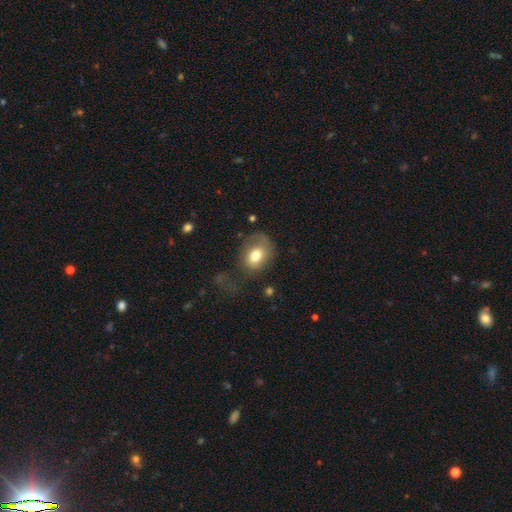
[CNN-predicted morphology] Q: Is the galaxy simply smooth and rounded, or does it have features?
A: smooth — 72%.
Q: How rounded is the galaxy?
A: in between — 59%.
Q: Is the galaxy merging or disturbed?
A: none — 44%.